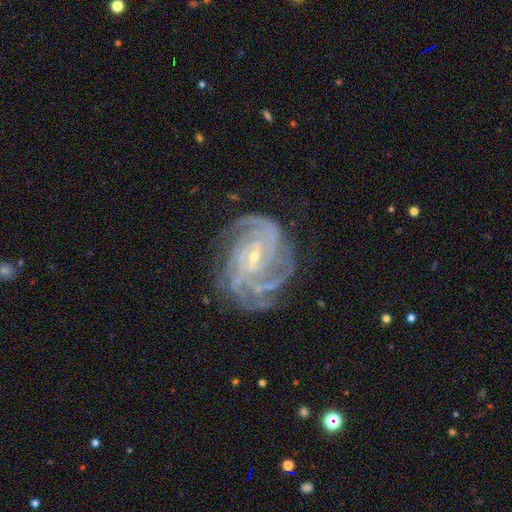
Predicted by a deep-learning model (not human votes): A featured or disk galaxy (87%) with no bar (40%), 4 (28%) tight (63%) spiral arms (98%) and a small central bulge (77%).

Vote fractions:
- Smooth or featured? featured or disk: 87% / star or artifact: 8% / smooth: 5%
- Edge-on disk? no: 97% / yes: 3%
- Bar? no: 40% / weak: 39% / strong: 21%
- Spiral arms? yes: 98% / no: 2%
- Spiral winding? tight: 63% / medium: 31% / loose: 6%
- Spiral arm count? 4: 28% / 3: 21% / can't tell: 18% / 2: 13% / more than 4: 12% / 1: 8%
- Bulge size? small: 77% / moderate: 18% / none: 2% / large: 1% / dominant: 1%
- Merging? none: 76% / minor disturbance: 16% / major disturbance: 7% / merger: 2%